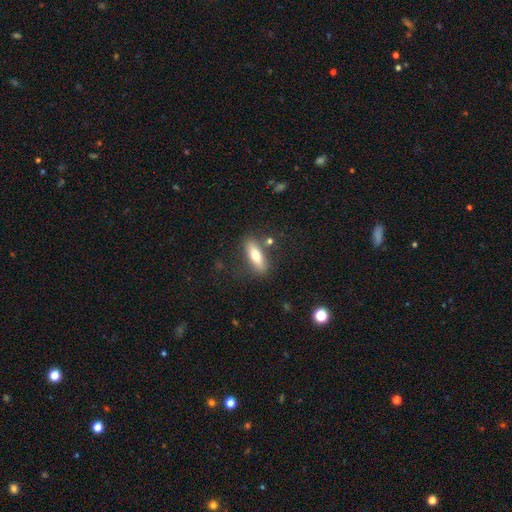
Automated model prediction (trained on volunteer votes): Smooth or featured? Predicted: smooth (p=0.65). How rounded? Predicted: in between (p=0.51). Merging? Predicted: none (p=0.79).